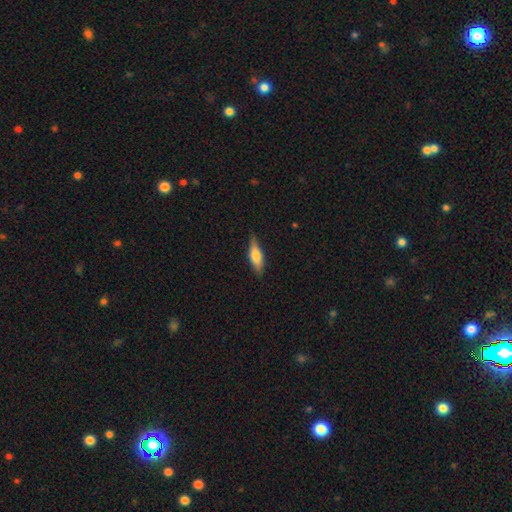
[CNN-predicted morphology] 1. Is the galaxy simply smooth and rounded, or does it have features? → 62% smooth, 32% featured or disk, 6% star or artifact.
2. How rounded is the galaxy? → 49% in between, 48% cigar-shaped, 3% round.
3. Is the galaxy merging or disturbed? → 81% none, 15% minor disturbance, 3% major disturbance, 1% merger.